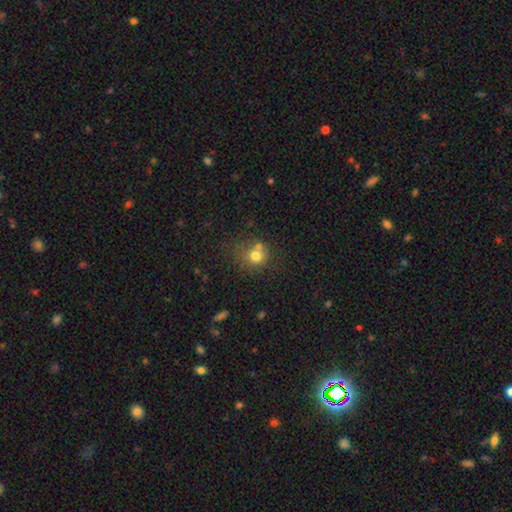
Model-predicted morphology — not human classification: Smooth or featured: smooth — 74% (star or artifact — 14%)
How rounded: round — 82% (in between — 17%)
Merging: none — 55% (merger — 25%)